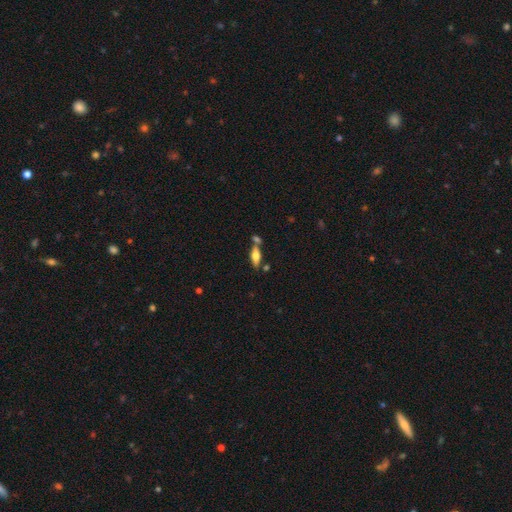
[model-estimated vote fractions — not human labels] This appears to be a smooth galaxy with no disk features (53%) that is in between round and cigar-shaped (64%). Merging: none (64%).